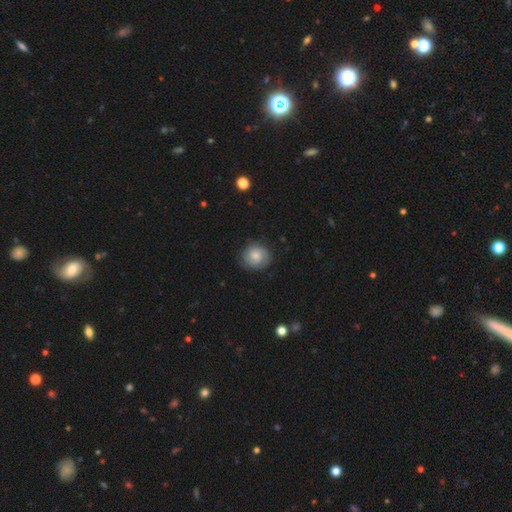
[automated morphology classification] A smooth galaxy with no disk features (59%) that is round (81%).

Vote fractions:
- Smooth or featured? smooth: 59% / featured or disk: 33% / star or artifact: 8%
- How rounded? round: 81% / in between: 18% / cigar-shaped: 1%
- Merging? none: 78% / minor disturbance: 17% / major disturbance: 5% / merger: 1%